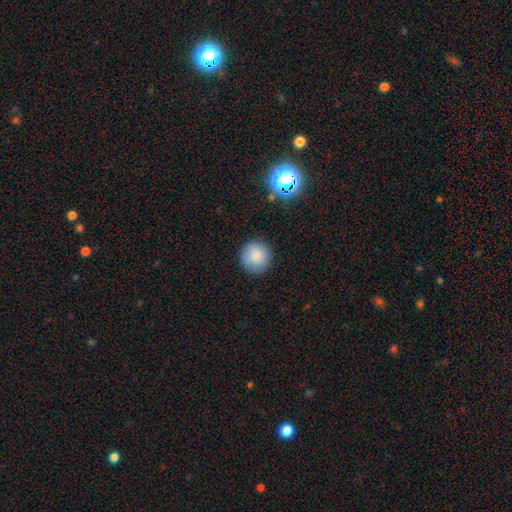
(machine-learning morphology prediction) type=smooth (87%); roundness=round (95%); merging=none (90%).